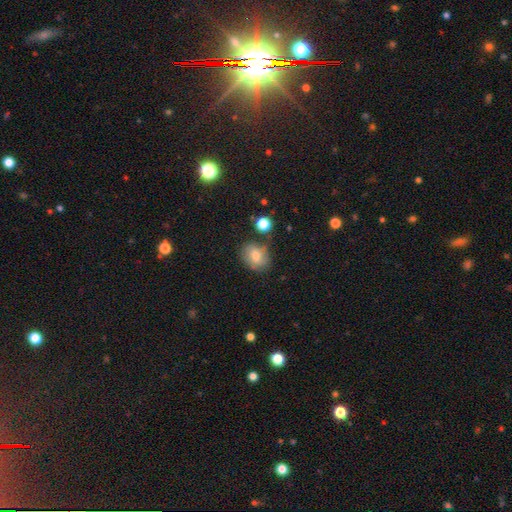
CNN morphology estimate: smooth-or-featured: smooth: 66% | featured or disk: 23% | star or artifact: 10%
  how-rounded: in between: 51% | round: 48% | cigar-shaped: 1%
  merging: none: 65% | minor disturbance: 22% | merger: 7% | major disturbance: 7%